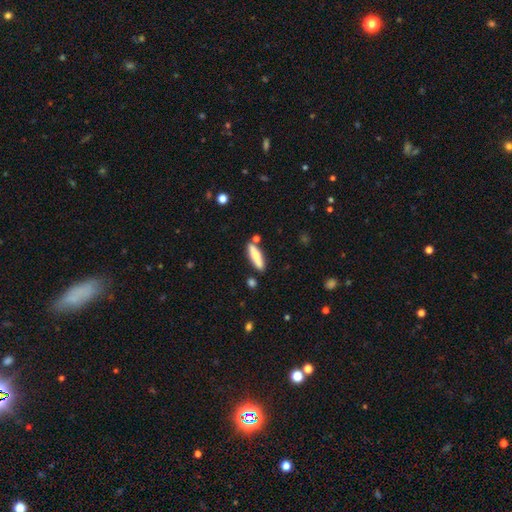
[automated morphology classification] Smooth or featured? smooth (64%)
How rounded? cigar-shaped (72%)
Merging? none (80%)